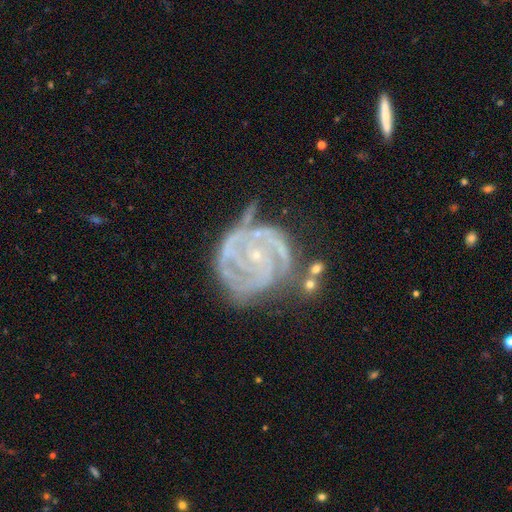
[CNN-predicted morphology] smooth_or_featured: featured or disk (p=0.88) [alt: star or artifact p=0.06]
disk_edge_on: no (p=0.98) [alt: yes p=0.02]
bar: no (p=0.71) [alt: weak p=0.21]
has_spiral_arms: yes (p=0.96) [alt: no p=0.04]
spiral_winding: tight (p=0.73) [alt: medium p=0.23]
spiral_arm_count: 3 (p=0.35) [alt: 2 p=0.20]
bulge_size: small (p=0.86) [alt: moderate p=0.10]
merging: none (p=0.48) [alt: minor disturbance p=0.27]